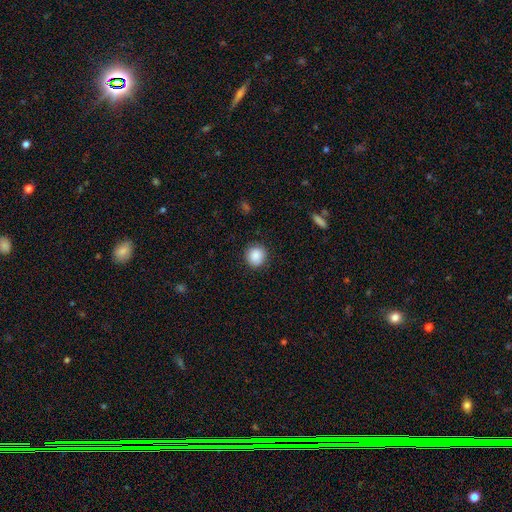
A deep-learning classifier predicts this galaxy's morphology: Smooth or featured? smooth (88%)
How rounded? round (90%)
Merging? none (89%)